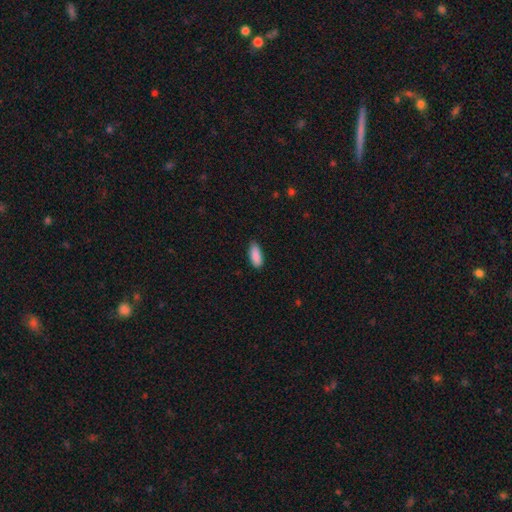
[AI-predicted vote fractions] This is clearly a smooth galaxy (90%). How rounded: likely in between (80%). Merging: clearly none (81%).